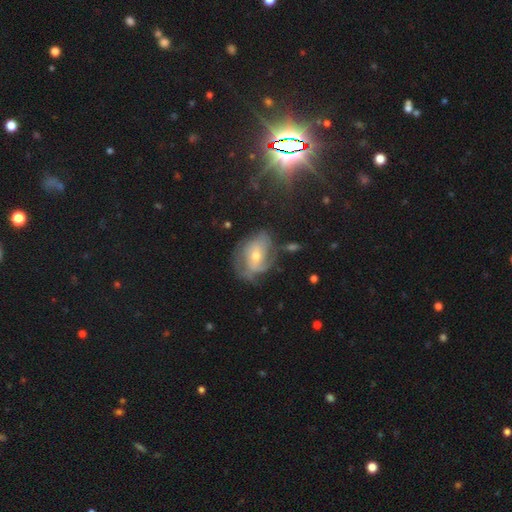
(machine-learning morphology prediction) Overall: featured or disk (72%). Edge-on disk: no (96%). Bar: no (57%; weak 34%). Spiral arms: yes (84%). Spiral arm count: can't tell (37%; 2 29%). Spiral winding: tight (45%; medium 38%). Bulge size: moderate (53%; small 42%). Merging: none (53%; minor disturbance 26%).